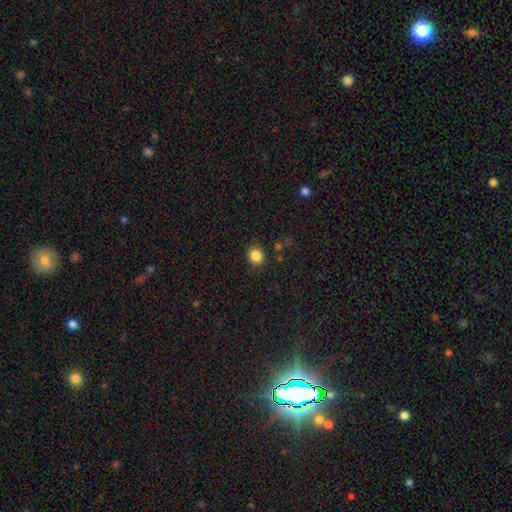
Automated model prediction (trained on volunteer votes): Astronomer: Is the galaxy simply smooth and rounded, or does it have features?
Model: smooth — 85%.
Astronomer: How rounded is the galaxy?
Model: round — 77%.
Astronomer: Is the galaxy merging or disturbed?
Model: none — 85%.